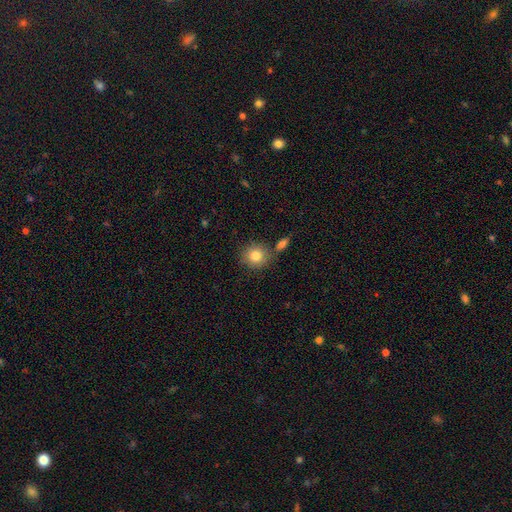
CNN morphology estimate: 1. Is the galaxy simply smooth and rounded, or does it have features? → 83% smooth, 9% star or artifact, 8% featured or disk.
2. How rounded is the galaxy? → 89% round, 10% in between, 1% cigar-shaped.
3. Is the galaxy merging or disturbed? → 75% none, 12% merger, 10% minor disturbance, 3% major disturbance.